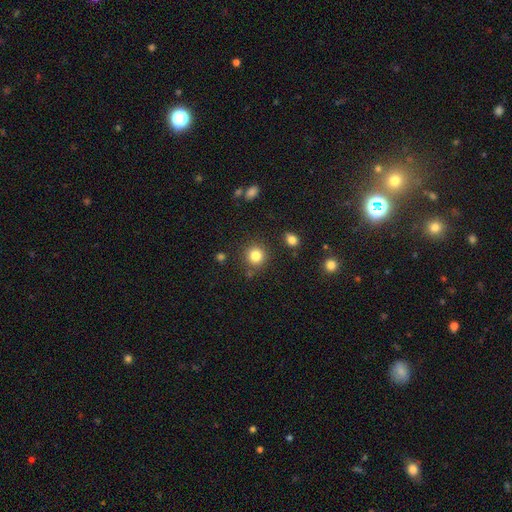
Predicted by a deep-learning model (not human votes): smooth_or_featured: smooth (p=0.83) [alt: star or artifact p=0.11]
how_rounded: round (p=0.92) [alt: in between p=0.07]
merging: none (p=0.86) [alt: minor disturbance p=0.08]